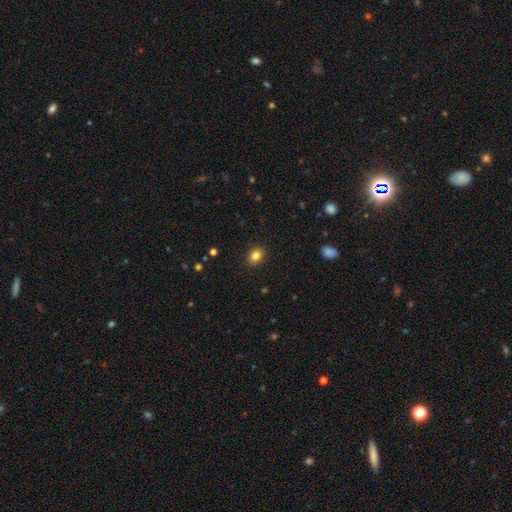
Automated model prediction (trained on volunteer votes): Smooth or featured: smooth — 83% (star or artifact — 11%)
How rounded: in between — 57% (round — 42%)
Merging: none — 89% (minor disturbance — 8%)